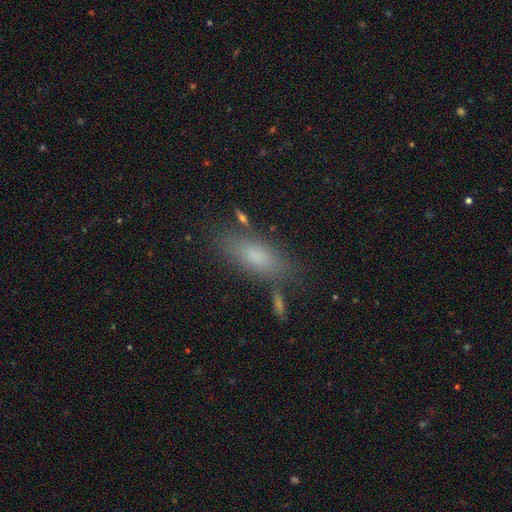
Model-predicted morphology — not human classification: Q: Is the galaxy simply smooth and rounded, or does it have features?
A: smooth — 77%.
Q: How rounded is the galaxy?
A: in between — 72%.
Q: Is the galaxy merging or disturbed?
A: none — 75%.